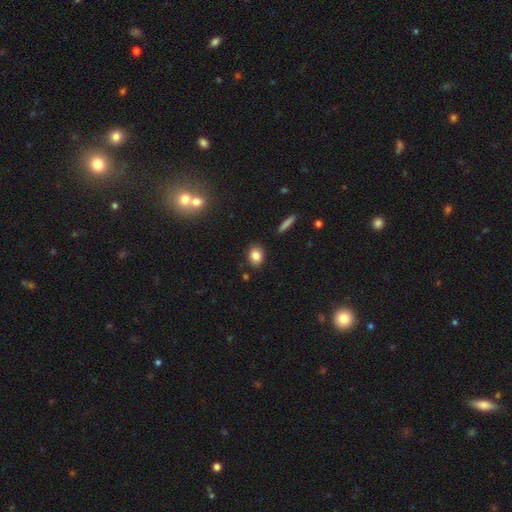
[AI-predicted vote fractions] smooth-or-featured: smooth: 84% | star or artifact: 9% | featured or disk: 7%
  how-rounded: in between: 62% | round: 36% | cigar-shaped: 2%
  merging: none: 86% | minor disturbance: 9% | merger: 2% | major disturbance: 2%